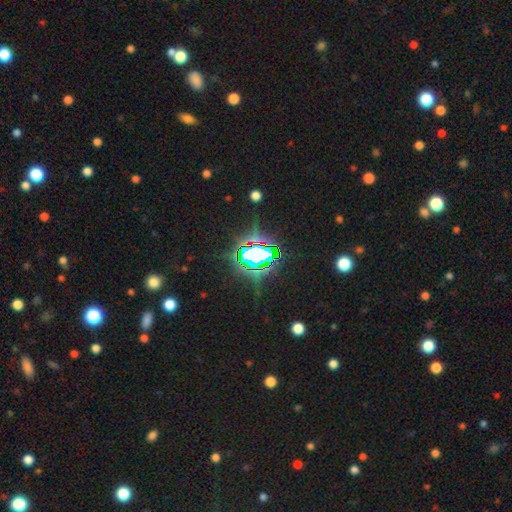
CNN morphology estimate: This is clearly a star or artifact rather than a galaxy (81%).